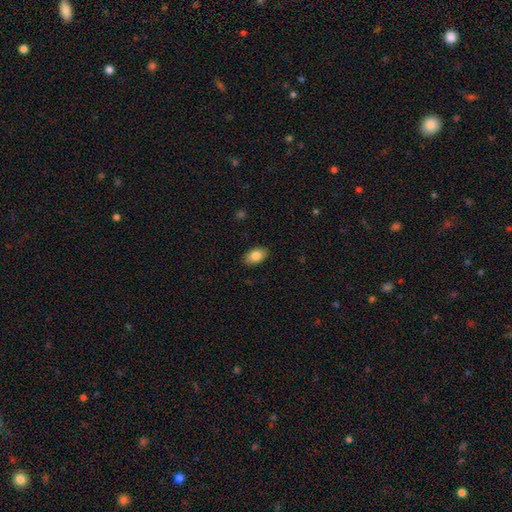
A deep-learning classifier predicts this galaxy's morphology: Overall: smooth (84%). How rounded: in between (91%). Merging: none (88%).